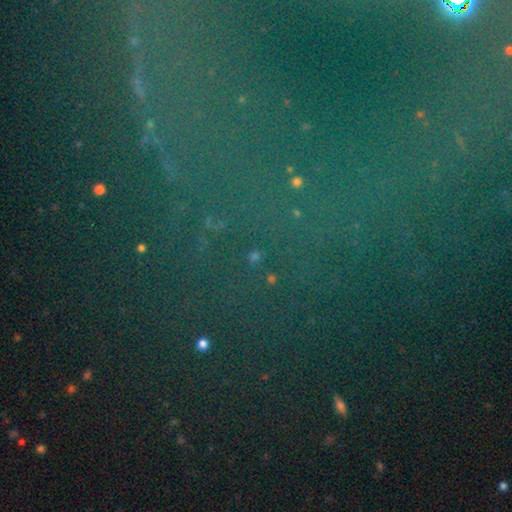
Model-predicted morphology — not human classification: A star or artifact, not a galaxy (80%).